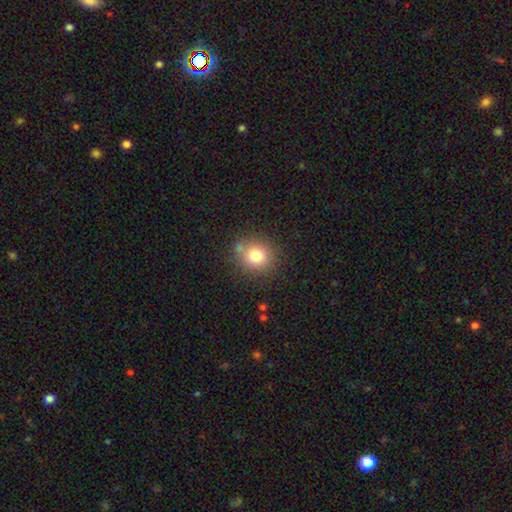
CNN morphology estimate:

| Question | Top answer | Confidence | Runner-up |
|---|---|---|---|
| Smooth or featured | smooth | 78% | star or artifact (12%) |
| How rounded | round | 83% | in between (16%) |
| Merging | none | 76% | minor disturbance (13%) |